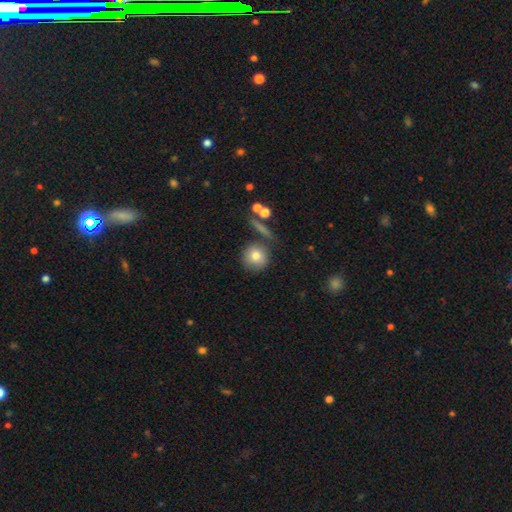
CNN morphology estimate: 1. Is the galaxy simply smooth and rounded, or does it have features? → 78% smooth, 12% featured or disk, 10% star or artifact.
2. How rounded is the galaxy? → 91% round, 7% in between, 2% cigar-shaped.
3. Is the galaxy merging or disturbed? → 73% none, 12% minor disturbance, 11% merger, 4% major disturbance.